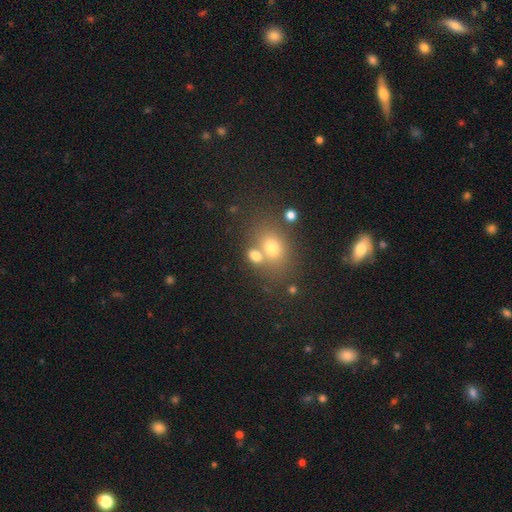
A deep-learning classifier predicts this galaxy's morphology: A smooth galaxy with no disk features (72%) that is in between round and cigar-shaped (64%).

Vote fractions:
- Smooth or featured? smooth: 72% / star or artifact: 14% / featured or disk: 14%
- How rounded? in between: 64% / round: 35% / cigar-shaped: 2%
- Merging? none: 48% / merger: 35% / minor disturbance: 11% / major disturbance: 5%